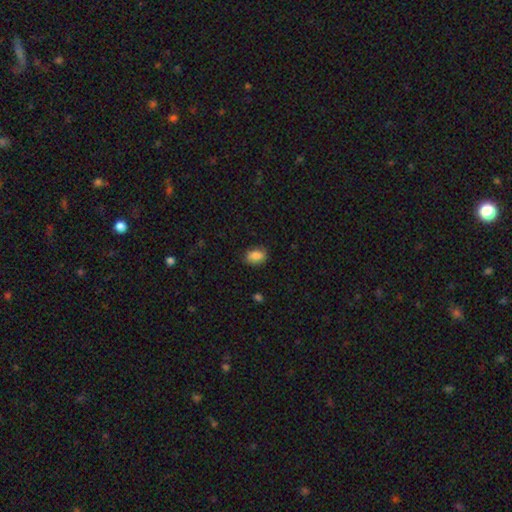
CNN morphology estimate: A smooth galaxy with no disk features (83%) that is in between round and cigar-shaped (77%).

Vote fractions:
- Smooth or featured? smooth: 83% / featured or disk: 9% / star or artifact: 8%
- How rounded? in between: 77% / round: 21% / cigar-shaped: 2%
- Merging? none: 79% / minor disturbance: 16% / major disturbance: 3% / merger: 1%